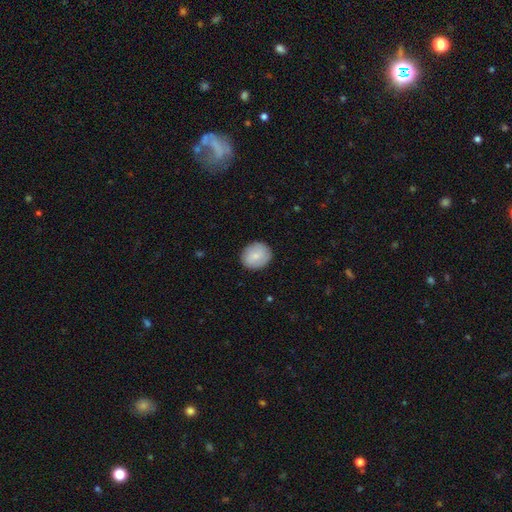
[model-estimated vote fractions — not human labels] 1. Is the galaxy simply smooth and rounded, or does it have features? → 79% smooth, 15% featured or disk, 6% star or artifact.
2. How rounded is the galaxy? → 76% round, 23% in between, 1% cigar-shaped.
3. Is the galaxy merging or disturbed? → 87% none, 10% minor disturbance, 2% major disturbance, 1% merger.